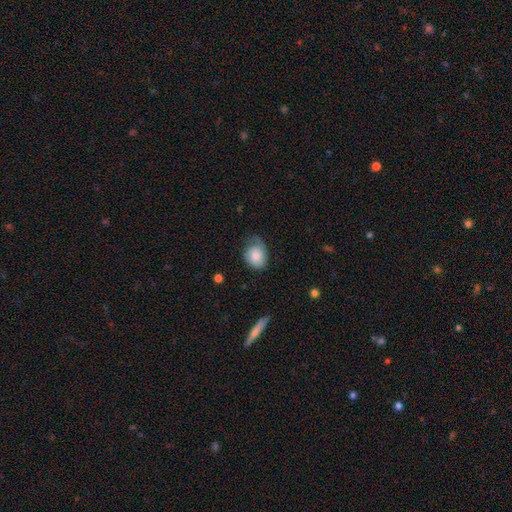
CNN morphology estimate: The model was most divided on "merging": none: 42%, minor disturbance: 38%, major disturbance: 19%, merger: 2%. More confident: smooth or featured — smooth (74%); how rounded — in between (52%).